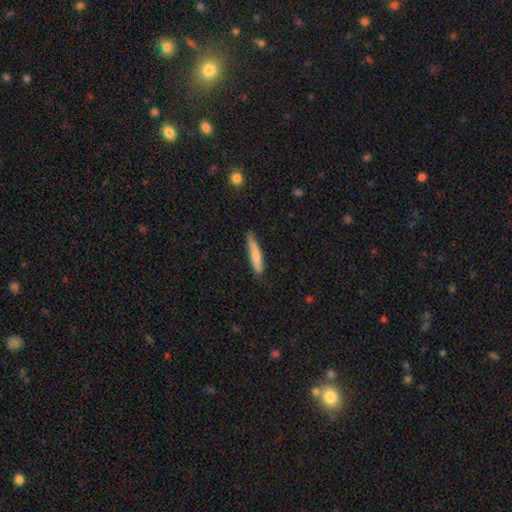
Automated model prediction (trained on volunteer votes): A smooth galaxy with no disk features (74%) that is cigar-shaped (88%).

Vote fractions:
- Smooth or featured? smooth: 74% / featured or disk: 20% / star or artifact: 6%
- How rounded? cigar-shaped: 88% / in between: 11% / round: 1%
- Merging? none: 73% / minor disturbance: 22% / major disturbance: 3% / merger: 2%